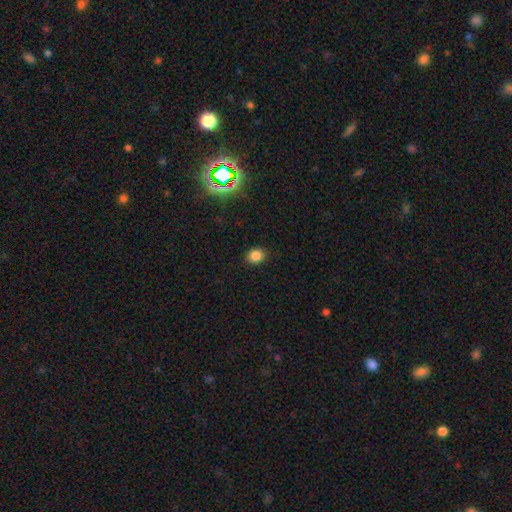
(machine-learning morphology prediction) A smooth galaxy with no disk features (84%) that is round (57%). Merging: none (88%).